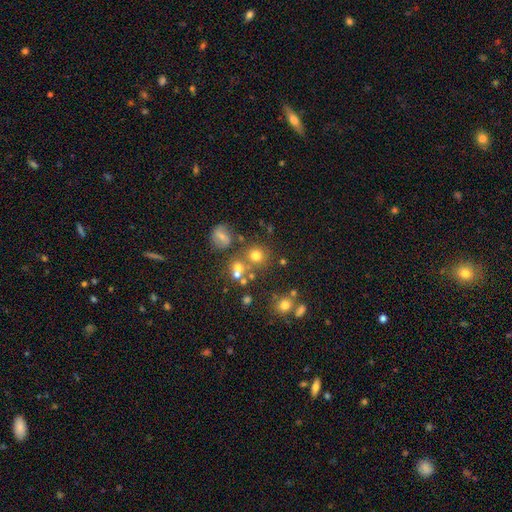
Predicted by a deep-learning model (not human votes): Smooth or featured: smooth — 68% (star or artifact — 18%)
How rounded: round — 86% (in between — 13%)
Merging: none — 66% (merger — 19%)